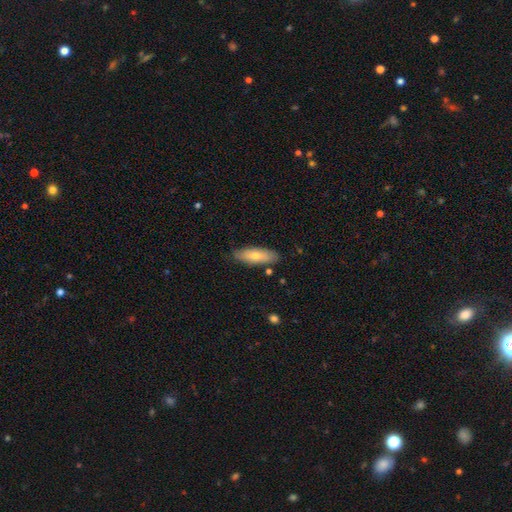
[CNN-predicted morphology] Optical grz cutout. It shows a smooth galaxy with no disk features (71%) that is in between round and cigar-shaped (66%). Merging: none (81%).